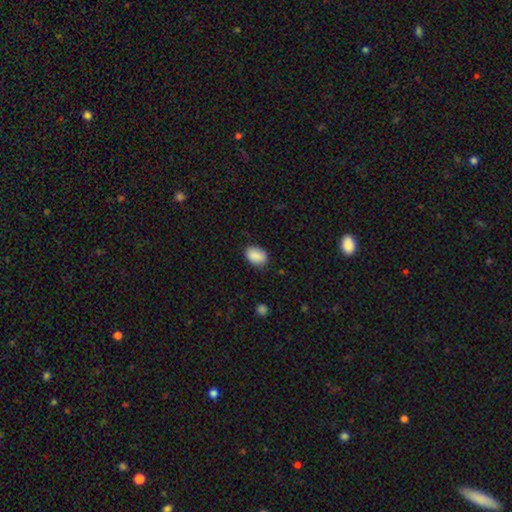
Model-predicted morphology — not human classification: Smooth or featured? smooth (89%)
How rounded? in between (79%)
Merging? none (80%)